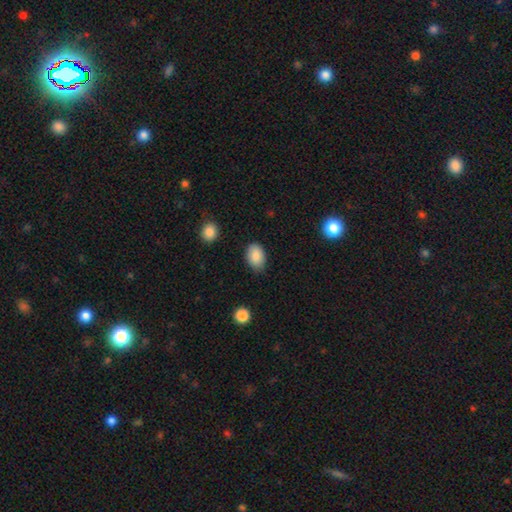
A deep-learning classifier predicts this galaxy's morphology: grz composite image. It shows a smooth galaxy with no disk features (88%) that is in between round and cigar-shaped (86%). Merging: none (80%).